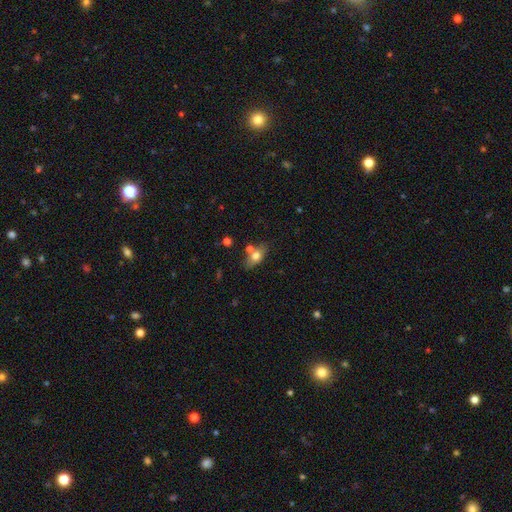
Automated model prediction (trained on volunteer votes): Overall: smooth (70%). How rounded: in between (80%). Merging: none (64%).